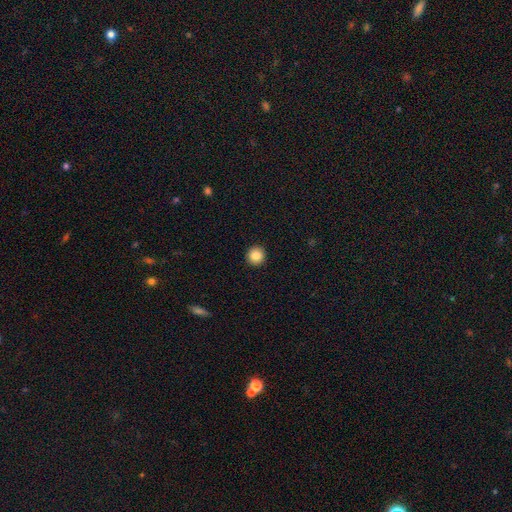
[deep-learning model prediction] The model was most divided on "smooth or featured": smooth: 86%, star or artifact: 9%, featured or disk: 5%. More confident: how rounded — round (95%); merging — none (93%).